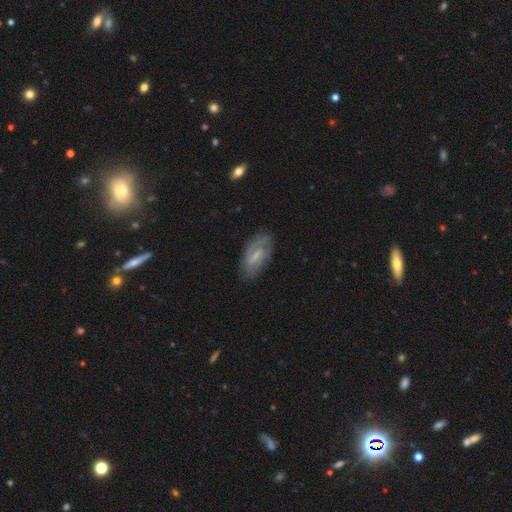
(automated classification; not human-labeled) A featured or disk galaxy (61%) with a weak bar (52%), spiral arms (78%) and a small central bulge (46%).

Vote fractions:
- Smooth or featured? featured or disk: 61% / smooth: 32% / star or artifact: 7%
- Edge-on disk? no: 93% / yes: 7%
- Bar? weak: 52% / strong: 29% / no: 18%
- Spiral arms? yes: 78% / no: 22%
- Bulge size? small: 46% / moderate: 27% / none: 24% / large: 2% / dominant: 1%
- Merging? none: 72% / minor disturbance: 20% / major disturbance: 7% / merger: 2%